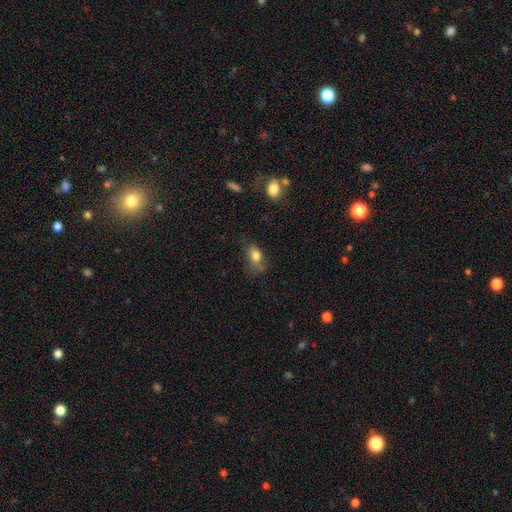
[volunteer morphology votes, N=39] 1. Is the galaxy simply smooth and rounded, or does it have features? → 82% smooth, 13% featured or disk, 5% star or artifact.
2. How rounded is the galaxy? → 66% in between, 19% round, 16% cigar-shaped.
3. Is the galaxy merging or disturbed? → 38% major disturbance, 30% none, 30% minor disturbance, 3% merger.